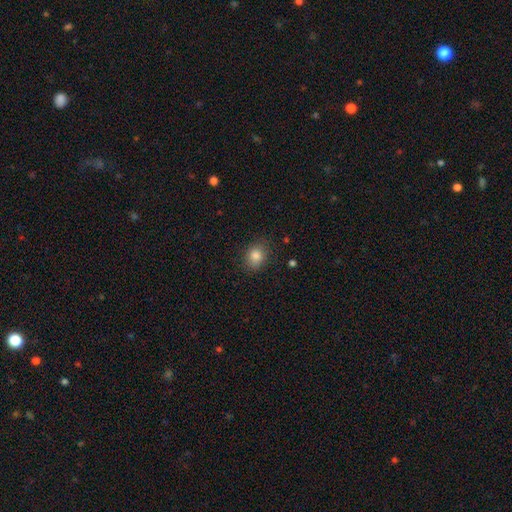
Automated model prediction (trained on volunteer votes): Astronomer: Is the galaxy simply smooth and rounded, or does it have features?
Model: smooth — 83%.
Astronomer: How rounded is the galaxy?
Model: in between — 53% (runner-up: round, 46%).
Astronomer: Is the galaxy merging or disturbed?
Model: none — 82%.